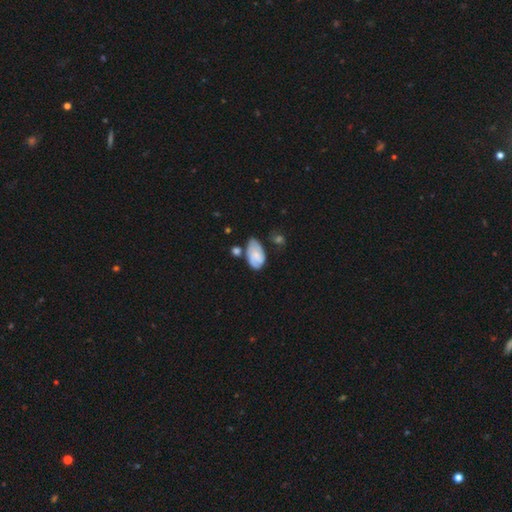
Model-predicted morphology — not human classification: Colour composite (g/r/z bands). It shows a smooth galaxy with no disk features (49%). Merging: none (49%).